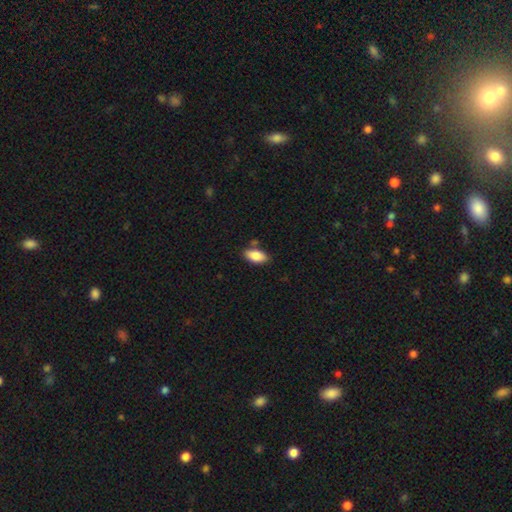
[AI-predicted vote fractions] smooth_or_featured: smooth (p=0.85) [alt: featured or disk p=0.08]
how_rounded: in between (p=0.90) [alt: cigar-shaped p=0.07]
merging: none (p=0.76) [alt: minor disturbance p=0.15]